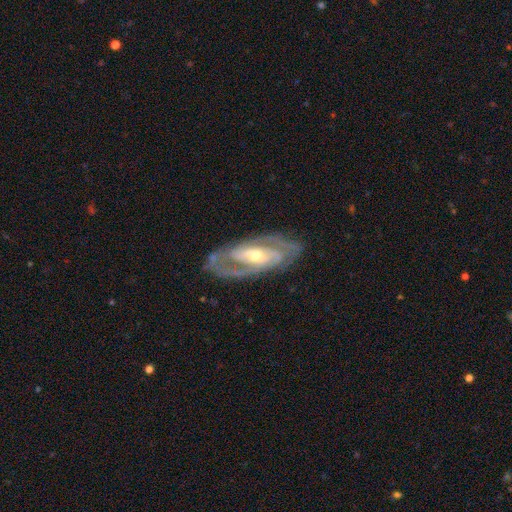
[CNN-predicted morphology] Smooth or featured: featured or disk — 87% (smooth — 8%)
Edge-on disk: no — 91% (yes — 9%)
Bar: strong — 34% (tied with weak — 34%)
Spiral arms: yes — 91% (no — 9%)
Spiral winding: tight — 47% (medium — 41%)
Spiral arm count: 2 — 76% (can't tell — 12%)
Bulge size: moderate — 51% (small — 44%)
Merging: none — 79% (minor disturbance — 14%)